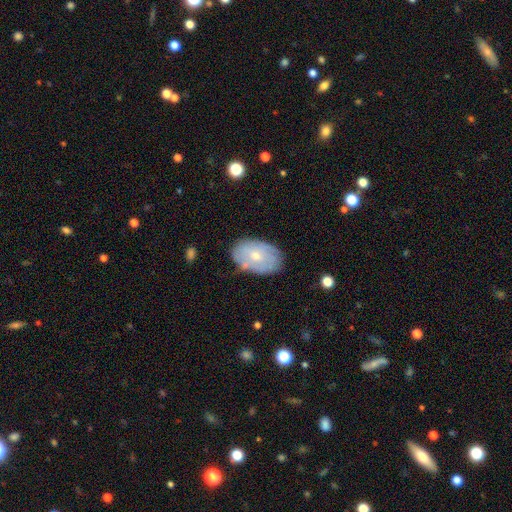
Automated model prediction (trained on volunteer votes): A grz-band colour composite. It shows a smooth galaxy with no disk features (47%, tied with featured or disk). Merging: none (76%).